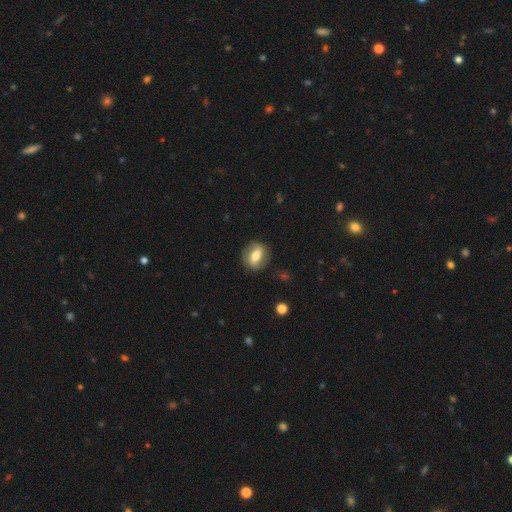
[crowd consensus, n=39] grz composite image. It shows a smooth galaxy with no disk features (69%) that is round (70%). Merging: none (84%).